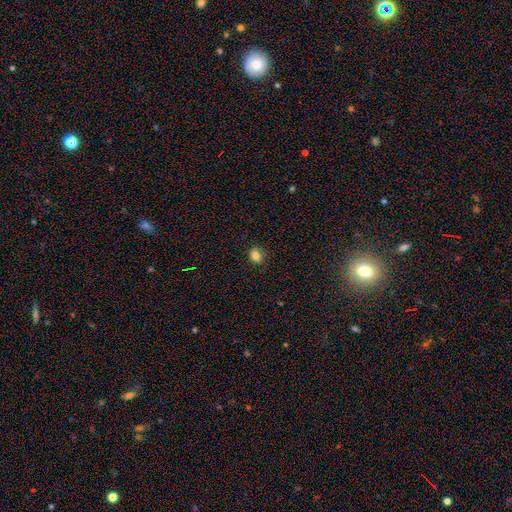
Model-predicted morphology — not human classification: smooth-or-featured: smooth: 84% | star or artifact: 12% | featured or disk: 5%
  how-rounded: in between: 62% | round: 36% | cigar-shaped: 1%
  merging: none: 86% | minor disturbance: 11% | major disturbance: 2% | merger: 1%